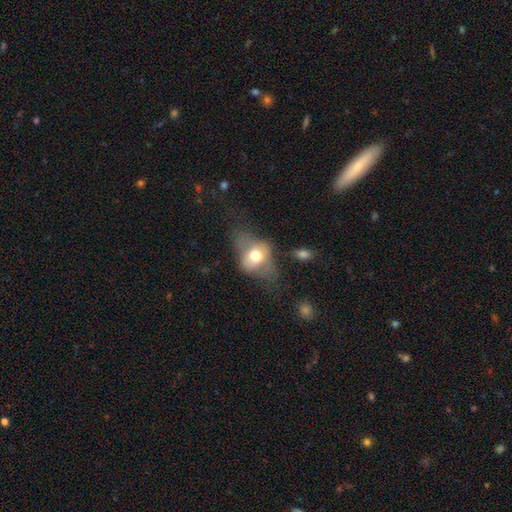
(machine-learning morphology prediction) Smooth or featured? Predicted: smooth (p=0.56). How rounded? Predicted: in between (p=0.66). Merging? Predicted: none (p=0.36).